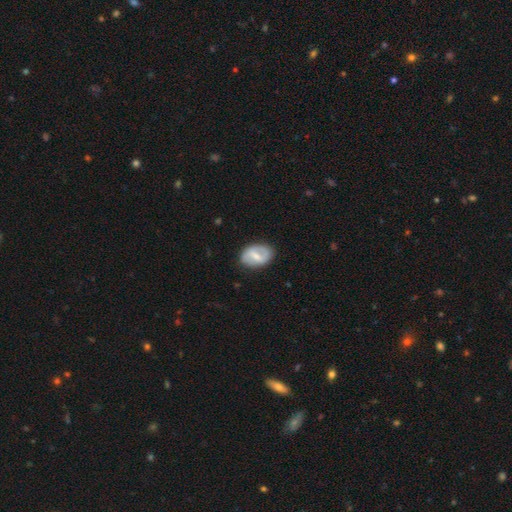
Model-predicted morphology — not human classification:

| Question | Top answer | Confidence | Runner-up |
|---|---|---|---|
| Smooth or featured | featured or disk | 56% | smooth (38%) |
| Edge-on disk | no | 95% | yes (5%) |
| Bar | weak | 44% | strong (43%) |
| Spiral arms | yes | 56% | no (44%) |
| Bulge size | moderate | 44% | small (39%) |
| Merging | none | 80% | minor disturbance (15%) |